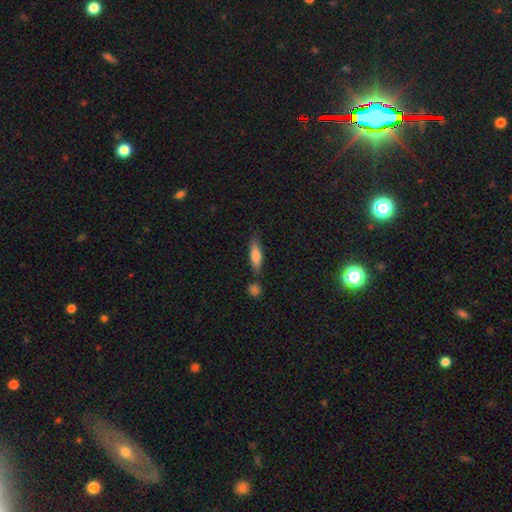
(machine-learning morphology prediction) Smooth or featured: smooth — 71% (featured or disk — 22%)
How rounded: cigar-shaped — 56% (in between — 42%)
Merging: none — 73% (minor disturbance — 15%)